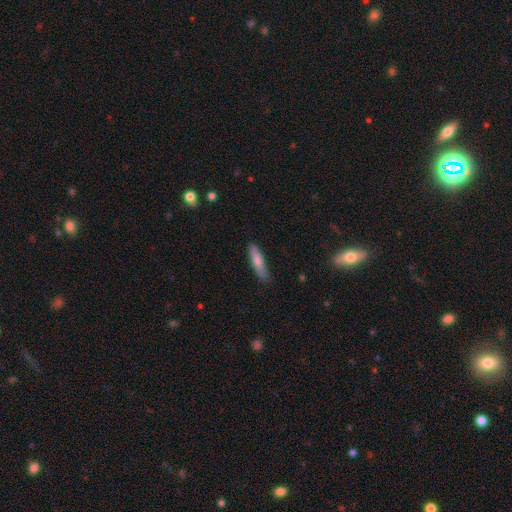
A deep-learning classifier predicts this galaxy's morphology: A smooth galaxy with no disk features (65%) that is cigar-shaped (84%).

Vote fractions:
- Smooth or featured? smooth: 65% / featured or disk: 27% / star or artifact: 8%
- How rounded? cigar-shaped: 84% / in between: 14% / round: 2%
- Merging? none: 85% / minor disturbance: 12% / major disturbance: 2% / merger: 1%